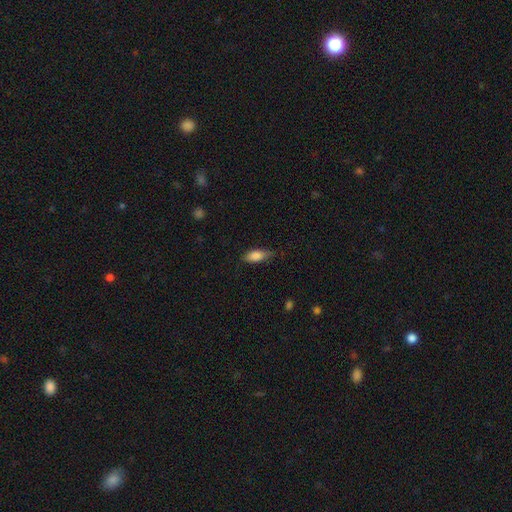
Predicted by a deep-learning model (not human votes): A smooth galaxy with no disk features (83%) that is in between round and cigar-shaped (80%). Merging: none (68%).